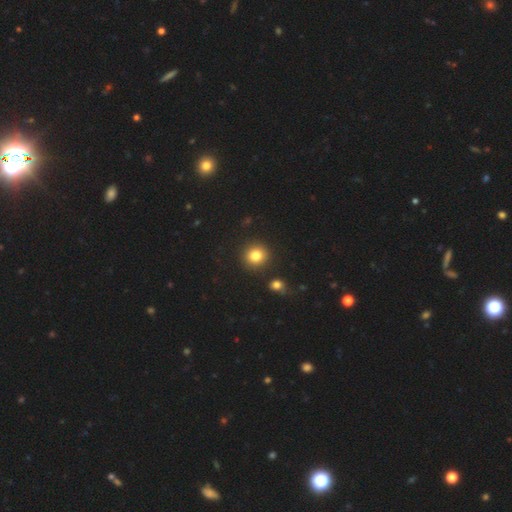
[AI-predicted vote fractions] This appears to be a smooth galaxy with no disk features (81%) that is round (89%). Merging: none (88%).